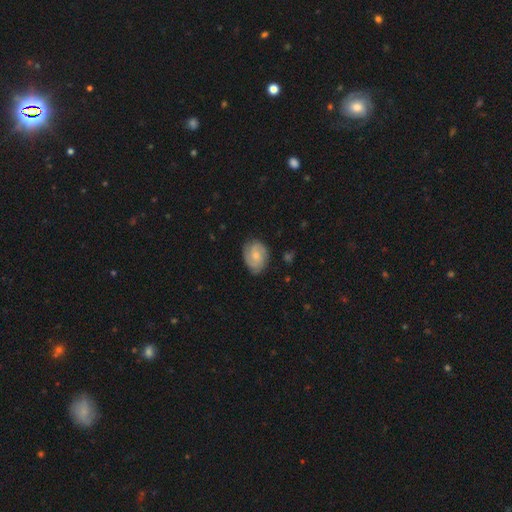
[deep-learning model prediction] featured or disk 55%, smooth 38%, star or artifact 6%. Down the decision tree: edge-on disk — no (97%); bar — no (67%); spiral arms — yes (89%); bulge size — small (52%); merging — none (74%).